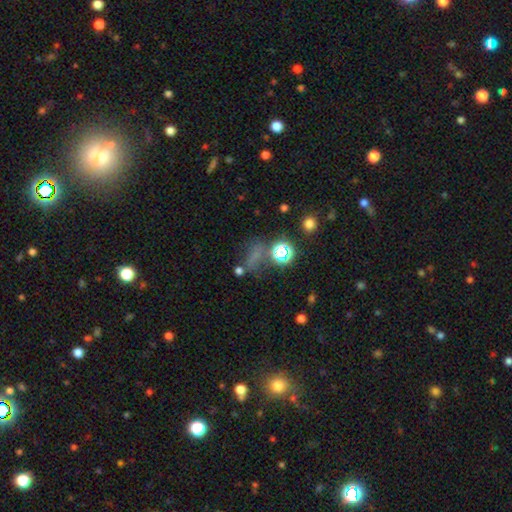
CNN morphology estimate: Overall: star or artifact (47%; smooth 39%).